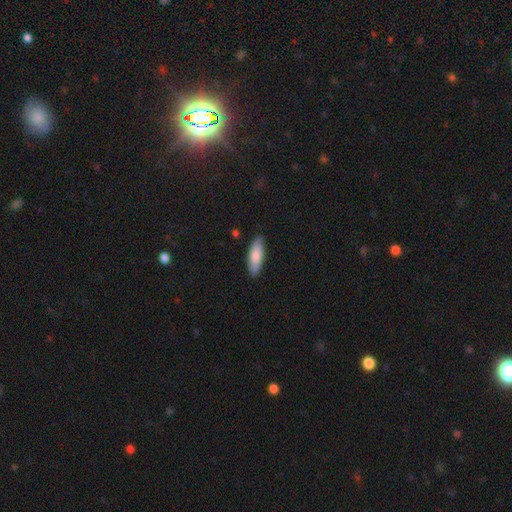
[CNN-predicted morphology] Q: Smooth or featured?
A: smooth (83%); runner-up: featured or disk (12%)
Q: How rounded?
A: in between (59%); runner-up: cigar-shaped (39%)
Q: Merging?
A: none (87%); runner-up: minor disturbance (10%)